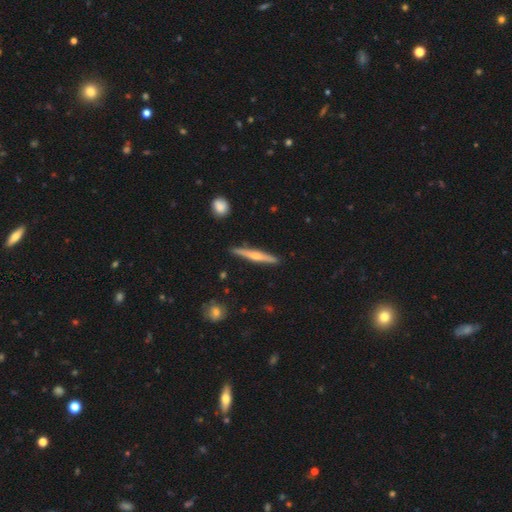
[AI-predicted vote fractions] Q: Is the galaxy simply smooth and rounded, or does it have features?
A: featured or disk — 60%.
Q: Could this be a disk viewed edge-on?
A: yes — 98%.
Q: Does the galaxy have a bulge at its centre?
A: rounded — 75%.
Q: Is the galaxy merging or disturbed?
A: none — 90%.